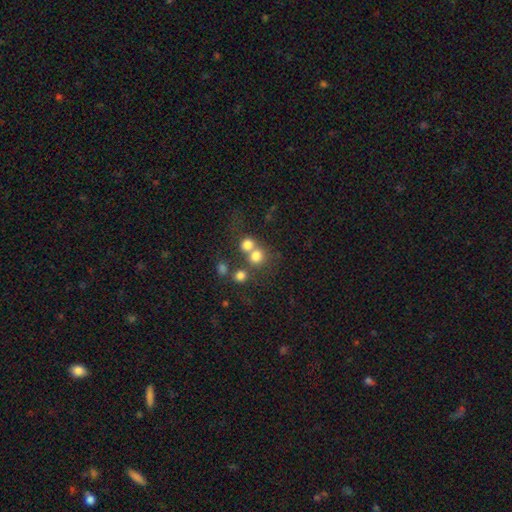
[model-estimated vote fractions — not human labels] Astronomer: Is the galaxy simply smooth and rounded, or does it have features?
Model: smooth — 73%.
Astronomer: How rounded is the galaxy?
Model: round — 81%.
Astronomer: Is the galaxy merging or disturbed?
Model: merger — 46% (runner-up: none, 42%).